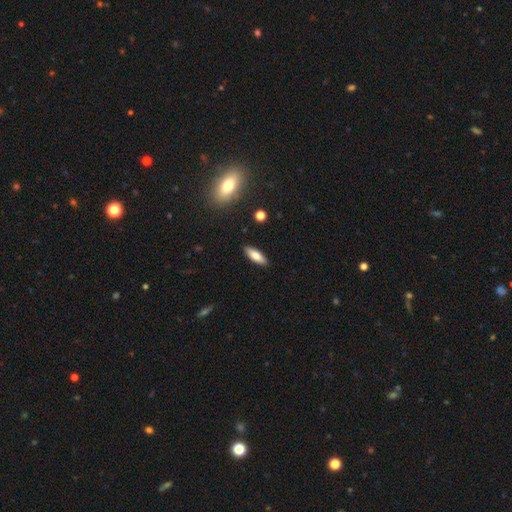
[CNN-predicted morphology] Smooth or featured? Predicted: smooth (p=0.79). How rounded? Predicted: in between (p=0.59). Merging? Predicted: none (p=0.89).